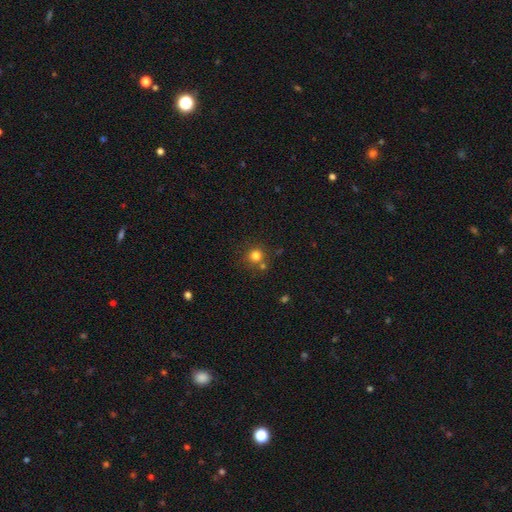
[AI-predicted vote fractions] Smooth or featured? smooth (78%)
How rounded? round (93%)
Merging? none (71%)